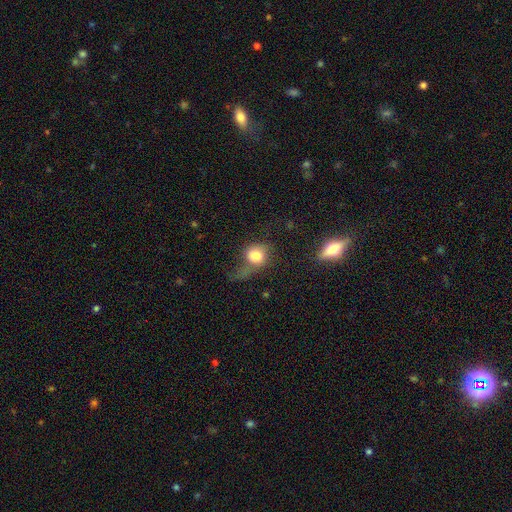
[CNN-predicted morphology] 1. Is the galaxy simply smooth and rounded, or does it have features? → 71% smooth, 18% featured or disk, 11% star or artifact.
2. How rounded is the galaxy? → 49% round (tied), 49% in between (tied), 2% cigar-shaped.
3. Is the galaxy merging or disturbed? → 46% major disturbance, 24% none, 21% minor disturbance, 8% merger.